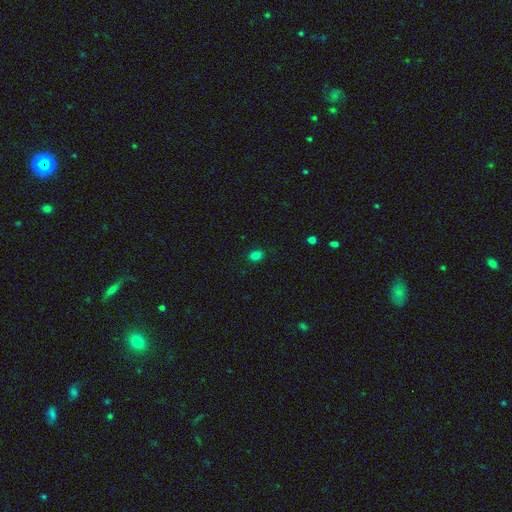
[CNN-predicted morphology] A smooth galaxy with no disk features (81%) that is in between round and cigar-shaped (60%).

Vote fractions:
- Smooth or featured? smooth: 81% / star or artifact: 16% / featured or disk: 4%
- How rounded? in between: 60% / round: 39% / cigar-shaped: 1%
- Merging? none: 87% / minor disturbance: 9% / major disturbance: 2% / merger: 1%